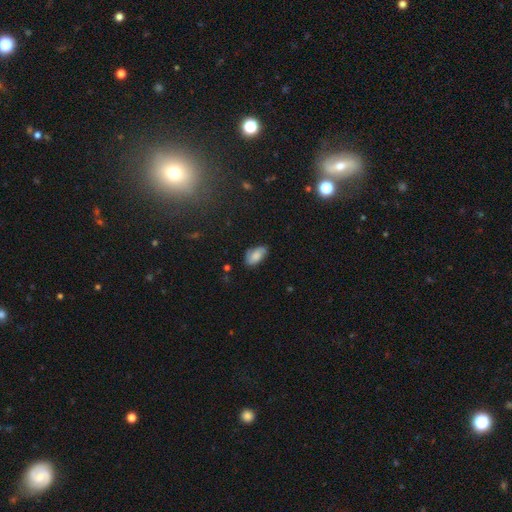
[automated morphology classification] Smooth or featured?
  - smooth: 68% *
  - featured or disk: 23%
  - star or artifact: 8%
How rounded?
  - in between: 92% *
  - round: 5%
  - cigar-shaped: 3%
Merging?
  - none: 68% *
  - minor disturbance: 25%
  - major disturbance: 6%
  - merger: 2%